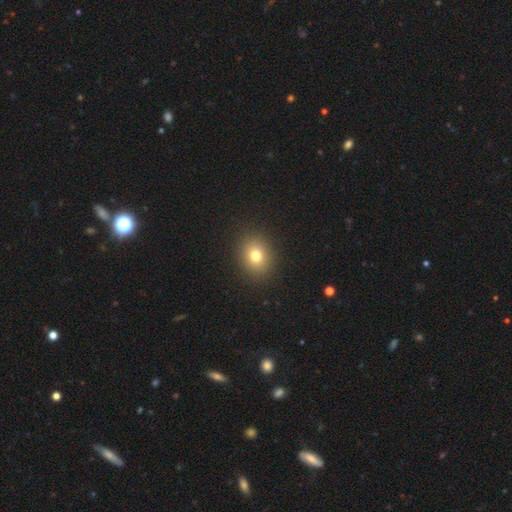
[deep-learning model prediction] smooth-or-featured: smooth: 77% | star or artifact: 13% | featured or disk: 10%
  how-rounded: round: 55% | in between: 44% | cigar-shaped: 1%
  merging: none: 90% | minor disturbance: 7% | major disturbance: 3% | merger: 1%